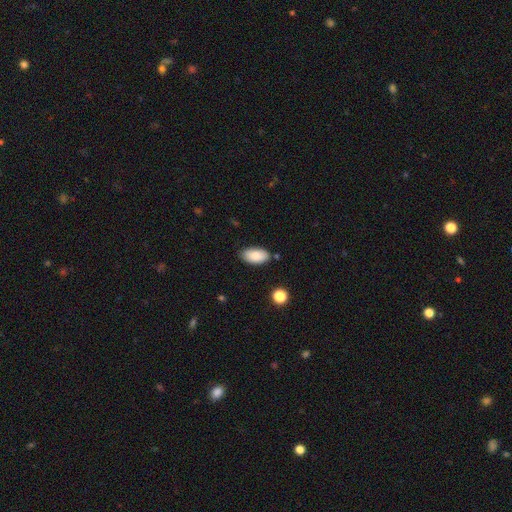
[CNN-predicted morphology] This is clearly a smooth galaxy (85%). How rounded: clearly in between (95%). Merging: clearly none (81%).